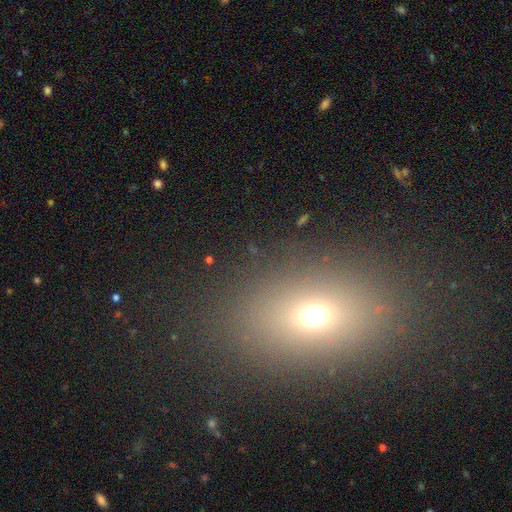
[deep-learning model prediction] Smooth or featured?
  - smooth: 59% *
  - star or artifact: 28%
  - featured or disk: 13%
How rounded?
  - in between: 65% *
  - round: 31%
  - cigar-shaped: 3%
Merging?
  - none: 84% *
  - minor disturbance: 9%
  - major disturbance: 5%
  - merger: 2%